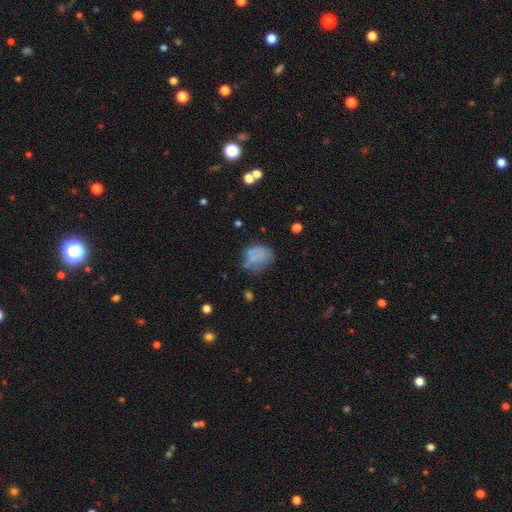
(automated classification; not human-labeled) Smooth or featured: smooth — 68% (featured or disk — 20%)
How rounded: in between — 59% (round — 40%)
Merging: none — 43% (minor disturbance — 30%)